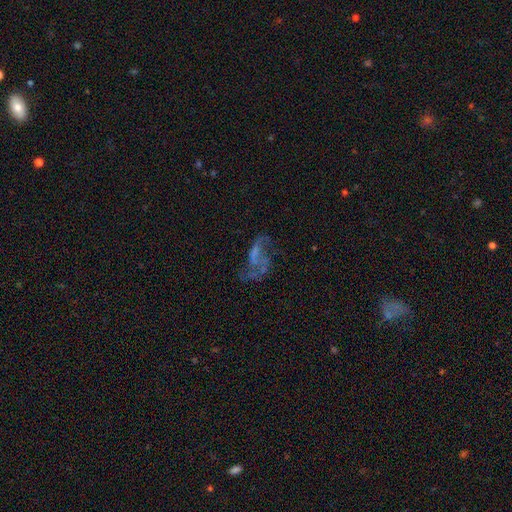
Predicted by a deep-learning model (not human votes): Overall: featured or disk (65%). Edge-on disk: no (96%). Bar: no (61%; weak 29%). Spiral arms: yes (57%; no 43%). Bulge size: none (66%). Merging: major disturbance (40%; none 36%).